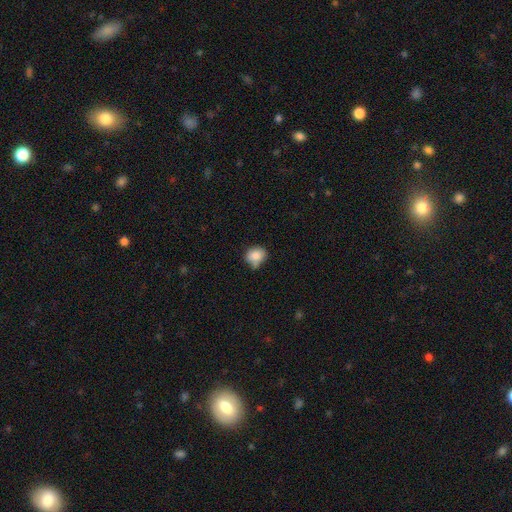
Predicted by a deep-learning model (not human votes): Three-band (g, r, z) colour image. It shows a smooth galaxy with no disk features (83%) that is round (64%). Merging: none (52%).